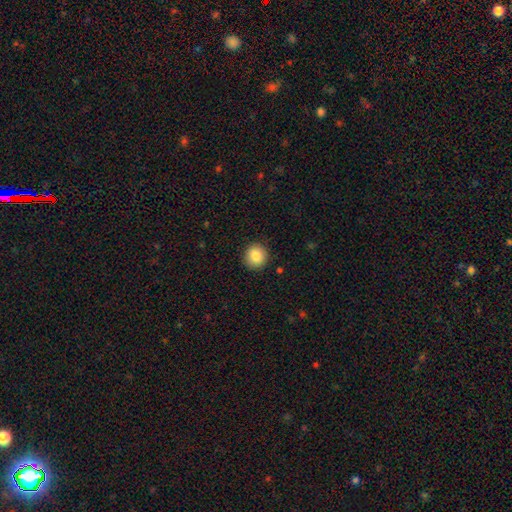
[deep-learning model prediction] Smooth or featured: smooth — 85% (star or artifact — 9%)
How rounded: round — 90% (in between — 9%)
Merging: none — 91% (minor disturbance — 6%)